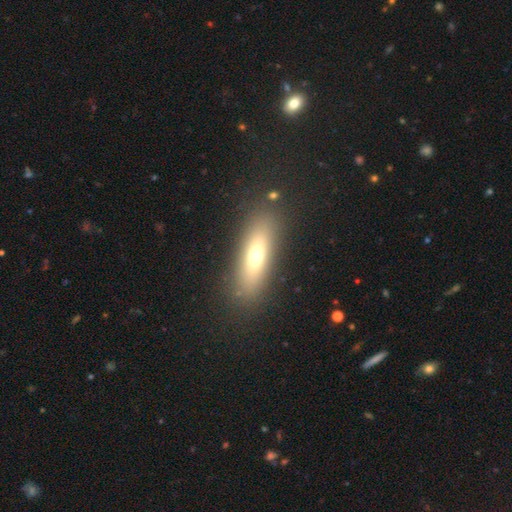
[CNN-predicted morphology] smooth-or-featured: smooth: 62% | featured or disk: 28% | star or artifact: 10%
  how-rounded: cigar-shaped: 57% | in between: 40% | round: 3%
  merging: none: 85% | minor disturbance: 9% | major disturbance: 4% | merger: 2%